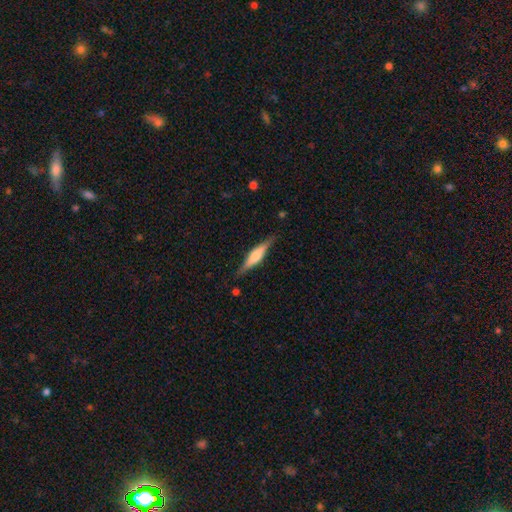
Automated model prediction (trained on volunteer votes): Morphology: type=featured or disk (57%); edge-on=yes (96%); edge-on bulge=rounded (68%); merging=none (84%).